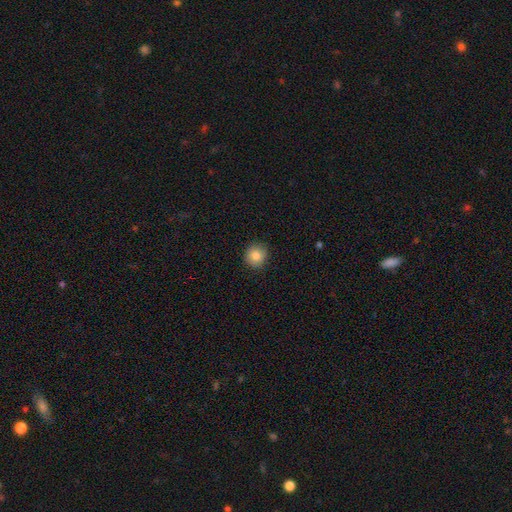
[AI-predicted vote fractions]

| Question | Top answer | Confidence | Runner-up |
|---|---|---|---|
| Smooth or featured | smooth | 83% | star or artifact (10%) |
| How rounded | round | 90% | in between (9%) |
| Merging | none | 89% | minor disturbance (8%) |